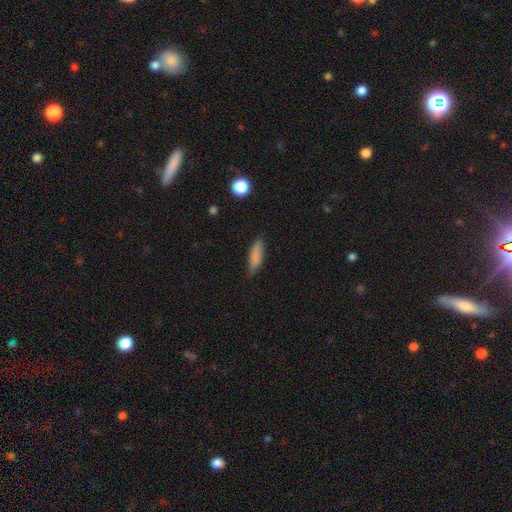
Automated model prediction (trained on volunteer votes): The model was most divided on "how rounded": cigar-shaped: 56%, in between: 42%, round: 2%. More confident: smooth or featured — smooth (81%); merging — none (71%).